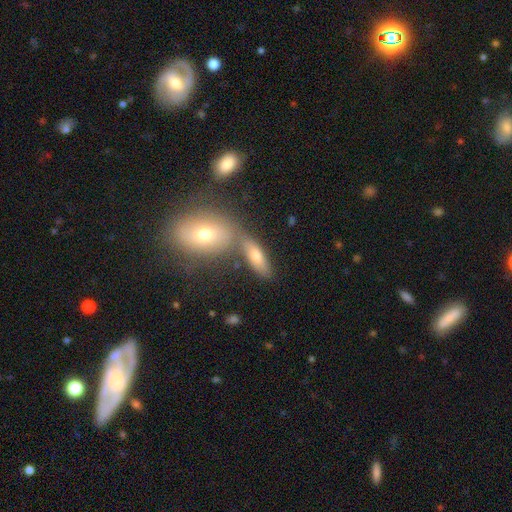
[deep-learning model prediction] Smooth or featured?
  - smooth: 65% *
  - featured or disk: 24%
  - star or artifact: 11%
How rounded?
  - in between: 68% *
  - cigar-shaped: 26%
  - round: 6%
Merging?
  - none: 52% *
  - merger: 32%
  - minor disturbance: 11%
  - major disturbance: 5%